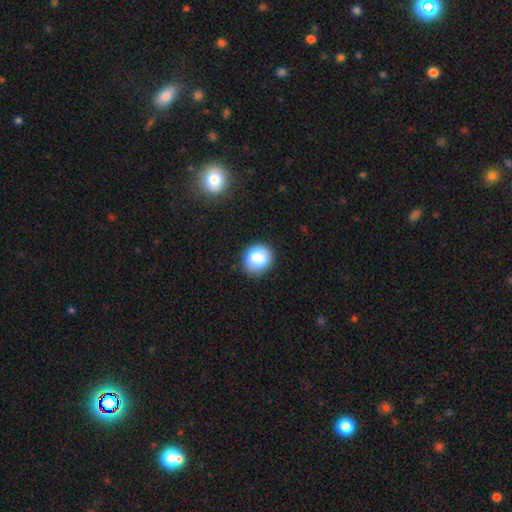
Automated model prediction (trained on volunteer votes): Smooth or featured? smooth (83%)
How rounded? round (69%)
Merging? none (86%)